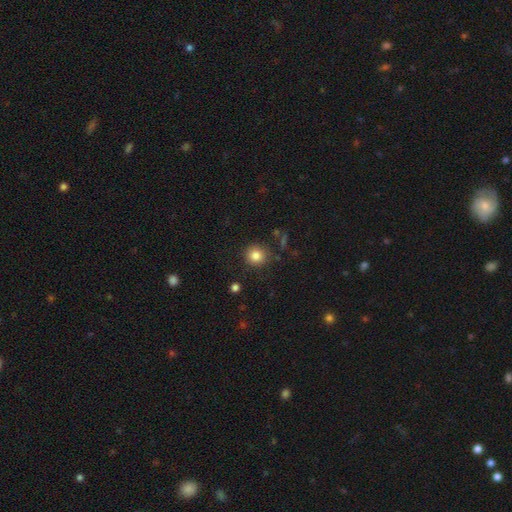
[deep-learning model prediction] Morphology: type=smooth (83%); roundness=round (91%); merging=none (86%).